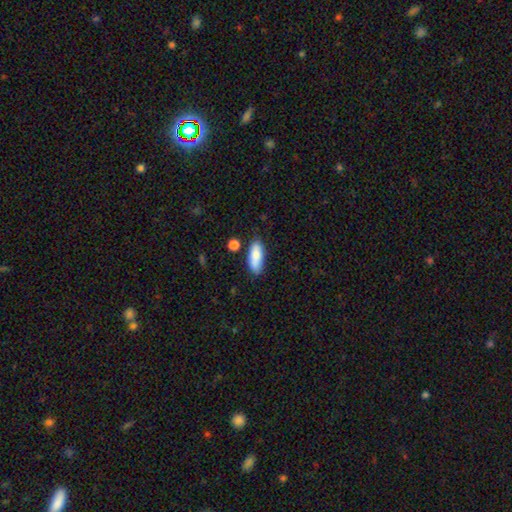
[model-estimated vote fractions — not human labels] A smooth galaxy with no disk features (84%) that is in between round and cigar-shaped (75%).

Vote fractions:
- Smooth or featured? smooth: 84% / featured or disk: 9% / star or artifact: 6%
- How rounded? in between: 75% / cigar-shaped: 23% / round: 2%
- Merging? none: 77% / minor disturbance: 15% / merger: 5% / major disturbance: 3%